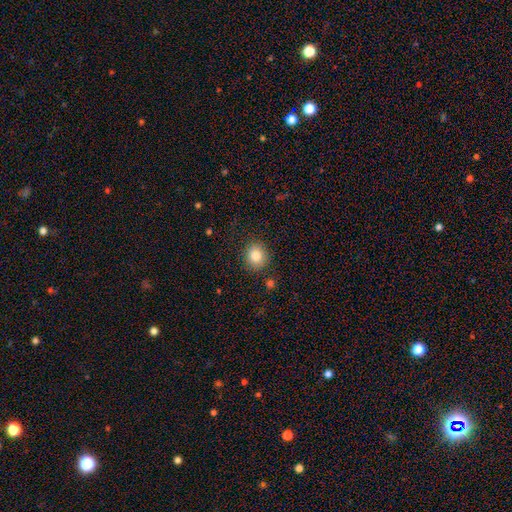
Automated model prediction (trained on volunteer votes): smooth-or-featured: smooth: 83% | star or artifact: 10% | featured or disk: 7%
  how-rounded: round: 77% | in between: 22% | cigar-shaped: 1%
  merging: none: 87% | minor disturbance: 8% | major disturbance: 3% | merger: 2%